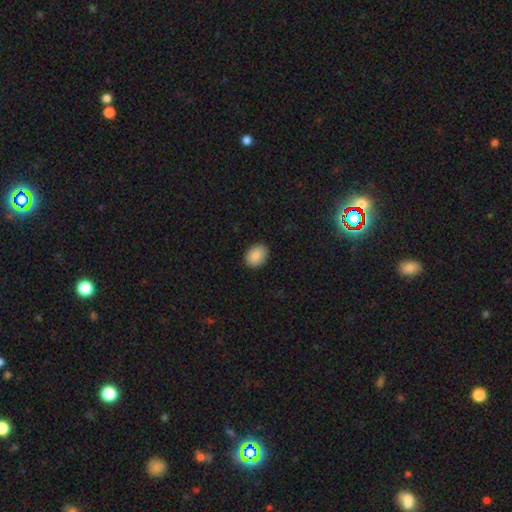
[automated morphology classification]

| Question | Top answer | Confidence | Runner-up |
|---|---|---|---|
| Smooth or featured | smooth | 87% | star or artifact (8%) |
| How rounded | in between | 63% | round (36%) |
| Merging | none | 88% | minor disturbance (9%) |